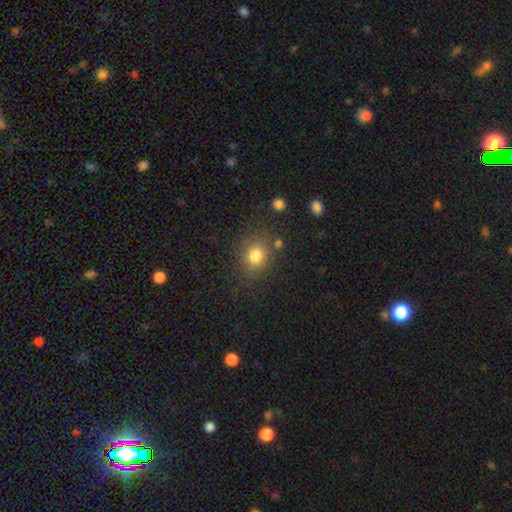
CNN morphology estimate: A smooth galaxy with no disk features (79%) that is round (74%). Merging: none (77%).